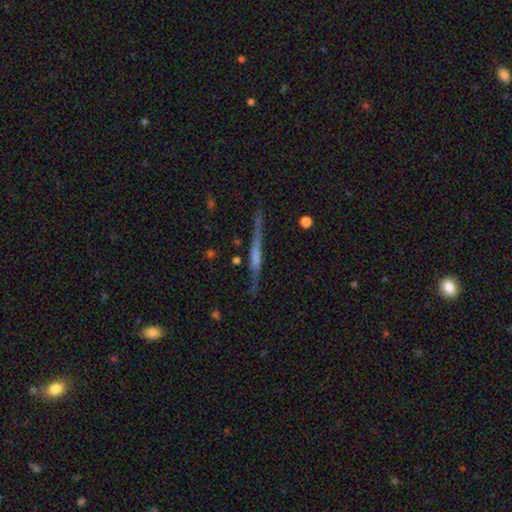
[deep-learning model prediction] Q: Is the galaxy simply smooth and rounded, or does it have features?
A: featured or disk — 64%.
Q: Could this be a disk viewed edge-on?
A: yes — 93%.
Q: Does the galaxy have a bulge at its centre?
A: none — 48%.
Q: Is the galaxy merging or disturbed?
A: none — 72%.